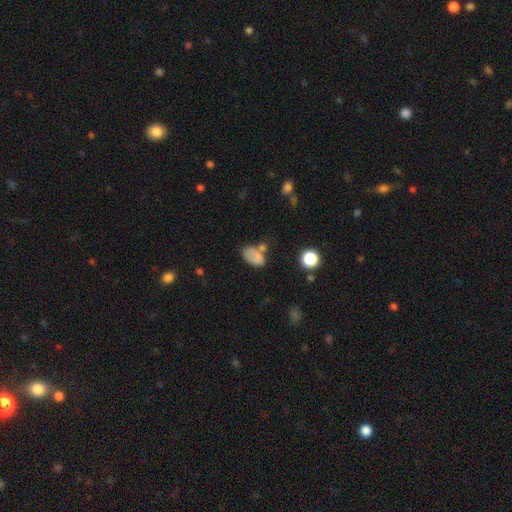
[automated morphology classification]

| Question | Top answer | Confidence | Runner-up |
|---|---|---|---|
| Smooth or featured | smooth | 73% | featured or disk (15%) |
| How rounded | in between | 87% | round (11%) |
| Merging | none | 46% | minor disturbance (23%) |